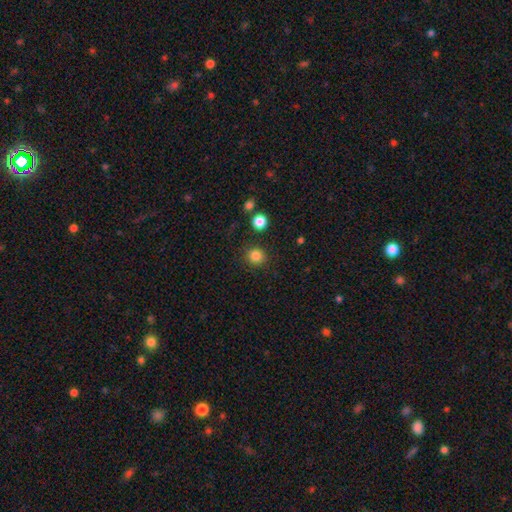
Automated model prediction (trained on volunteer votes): Smooth or featured? Predicted: smooth (p=0.84). How rounded? Predicted: round (p=0.91). Merging? Predicted: none (p=0.88).